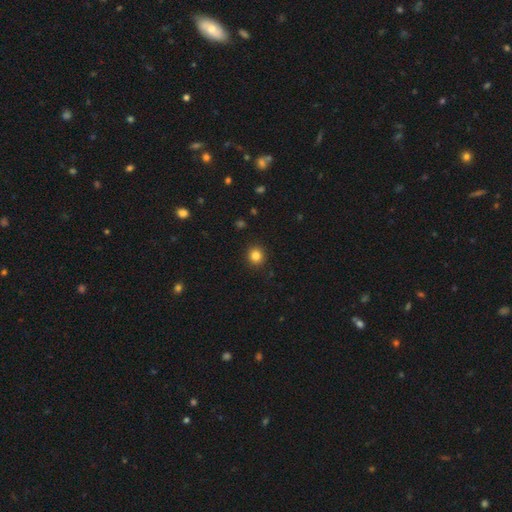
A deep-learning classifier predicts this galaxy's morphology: smooth 83%, star or artifact 12%, featured or disk 5%. Down the decision tree: how rounded — round (90%); merging — none (92%).